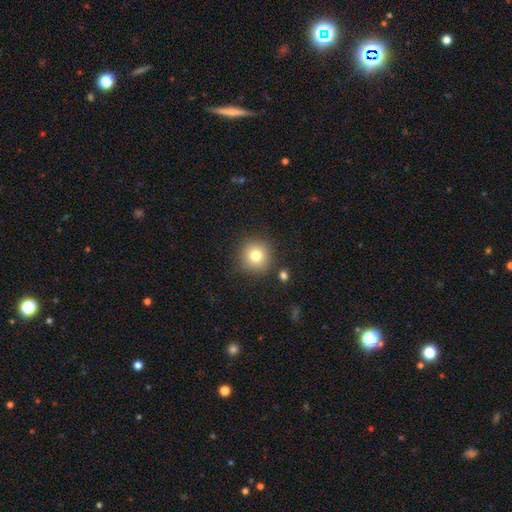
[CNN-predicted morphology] type=smooth (79%); roundness=round (94%); merging=none (87%).